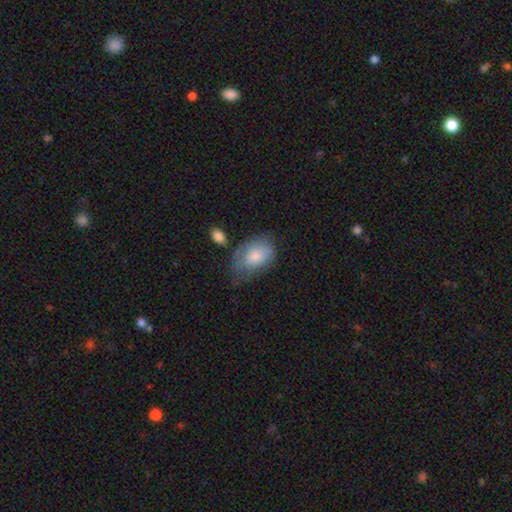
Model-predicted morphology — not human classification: type=smooth (78%); roundness=in between (89%); merging=none (46%).